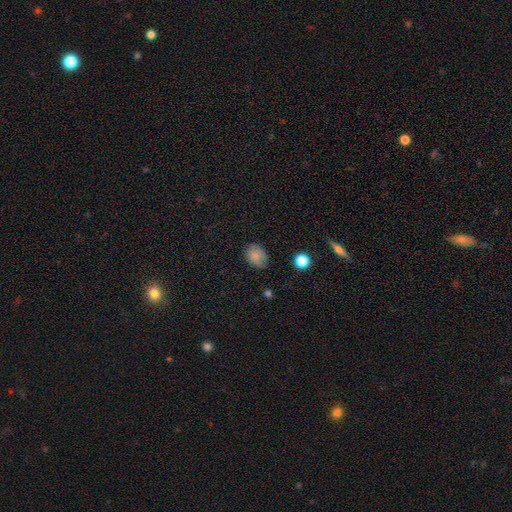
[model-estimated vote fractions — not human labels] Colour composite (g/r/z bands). It shows a smooth galaxy with no disk features (83%) that is in between round and cigar-shaped (69%). Merging: none (80%).